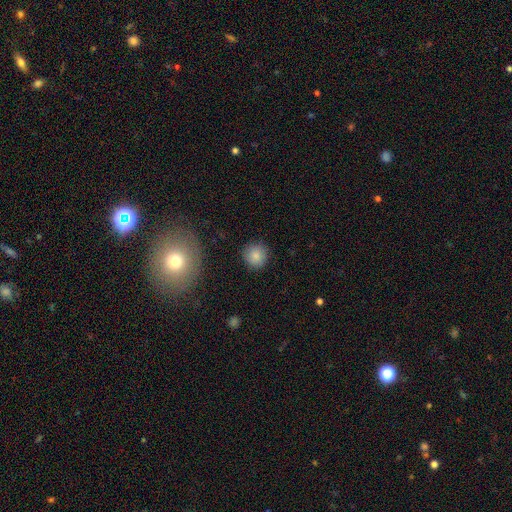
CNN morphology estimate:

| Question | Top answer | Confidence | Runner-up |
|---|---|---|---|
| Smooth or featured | smooth | 85% | star or artifact (9%) |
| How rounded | round | 93% | in between (6%) |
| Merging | none | 89% | minor disturbance (7%) |